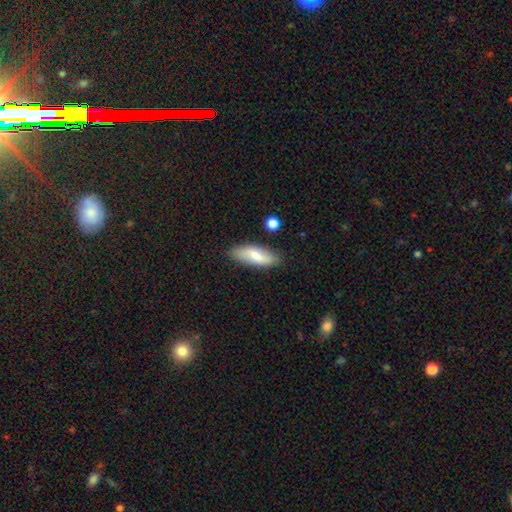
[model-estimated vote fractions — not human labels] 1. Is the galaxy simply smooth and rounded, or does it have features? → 72% smooth, 21% featured or disk, 6% star or artifact.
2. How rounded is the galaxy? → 68% in between, 30% cigar-shaped, 2% round.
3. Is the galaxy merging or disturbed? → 81% none, 14% minor disturbance, 3% major disturbance, 2% merger.